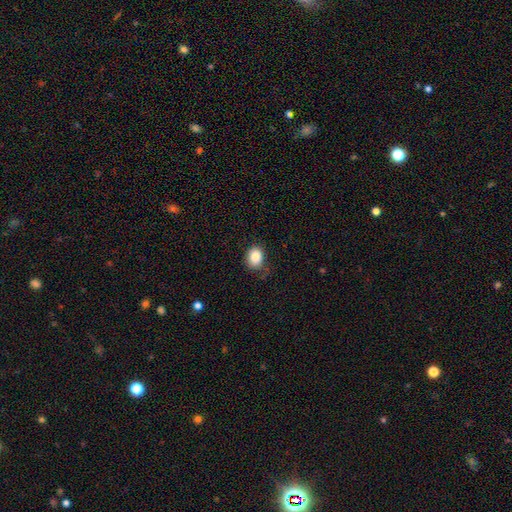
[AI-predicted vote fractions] Smooth or featured: smooth — 87% (star or artifact — 9%)
How rounded: in between — 53% (round — 46%)
Merging: none — 74% (minor disturbance — 19%)